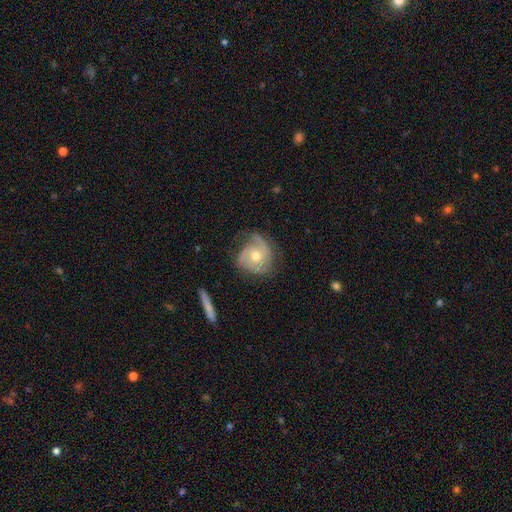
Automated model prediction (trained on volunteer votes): Smooth or featured? Predicted: featured or disk (p=0.76). Edge-on disk? Predicted: no (p=0.97). Bar? Predicted: no (p=0.78). Spiral arms? Predicted: yes (p=0.93). Spiral winding? Predicted: tight (p=0.43). Spiral arm count? Predicted: 2 (p=0.36). Bulge size? Predicted: moderate (p=0.69). Merging? Predicted: none (p=0.62).